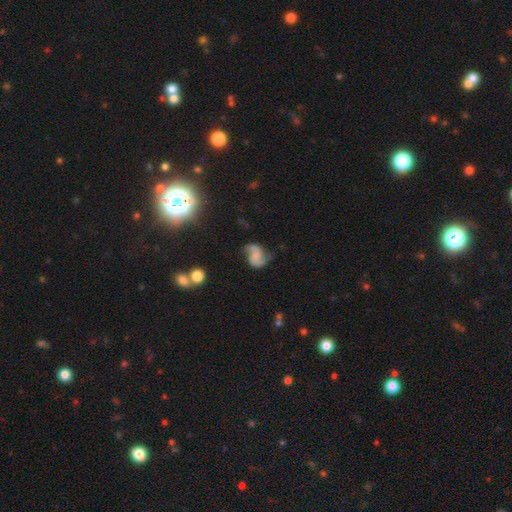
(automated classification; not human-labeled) This appears to be a featured or disk galaxy (71%) with no bar (60%), 2 (90%) loose (60%) spiral arms (93%) and no central bulge (55%). Merging: none (59%).